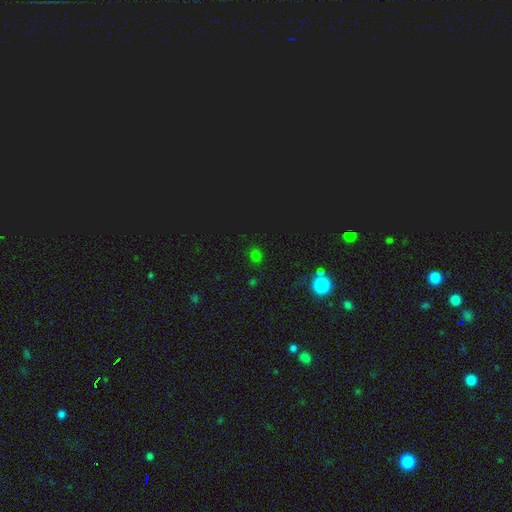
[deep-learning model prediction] Smooth or featured? Predicted: smooth (p=0.62). How rounded? Predicted: round (p=0.74). Merging? Predicted: none (p=0.85).